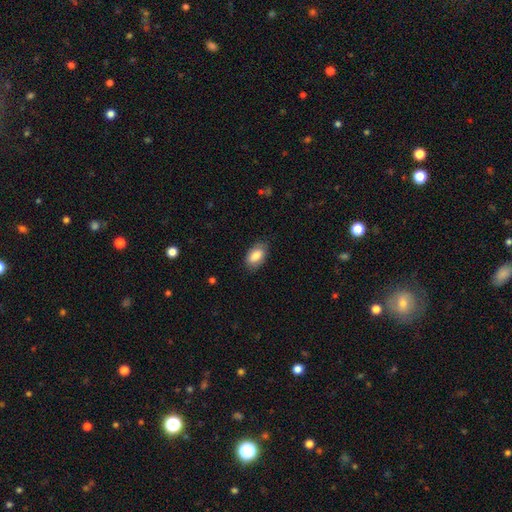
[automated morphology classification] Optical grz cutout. It shows a smooth galaxy with no disk features (83%) that is in between round and cigar-shaped (92%). Merging: none (80%).